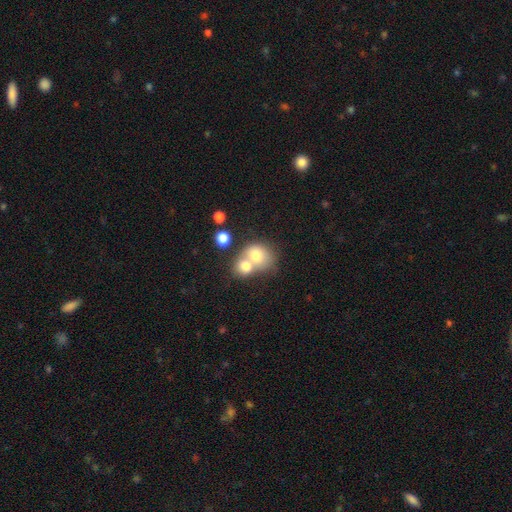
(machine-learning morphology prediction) Overall: smooth (72%). How rounded: round (59%; in between 40%). Merging: merger (66%).